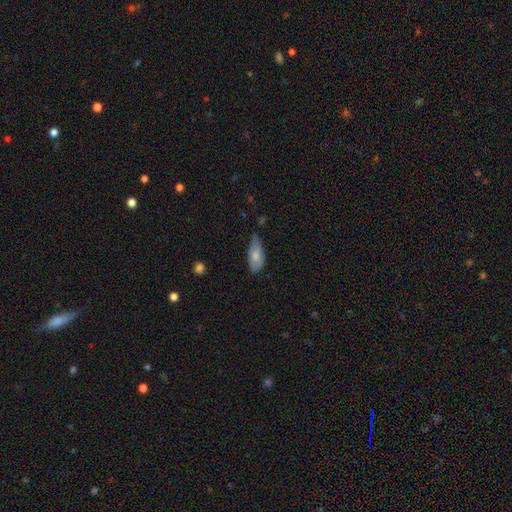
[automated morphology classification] Overall: smooth (74%). How rounded: in between (86%). Merging: none (46%; minor disturbance 42%).